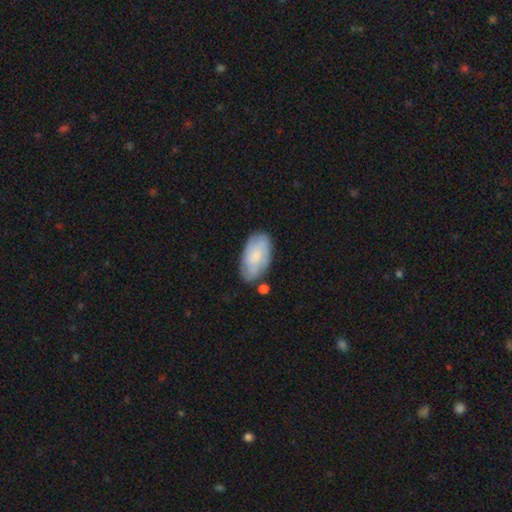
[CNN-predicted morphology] Q: Smooth or featured?
A: smooth (62%); runner-up: featured or disk (31%)
Q: How rounded?
A: in between (94%); runner-up: round (4%)
Q: Merging?
A: none (69%); runner-up: minor disturbance (21%)